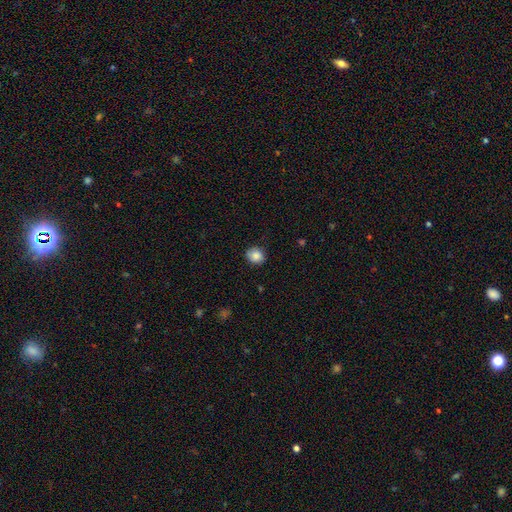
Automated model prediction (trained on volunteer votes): Q: Smooth or featured?
A: smooth (84%); runner-up: star or artifact (9%)
Q: How rounded?
A: round (79%); runner-up: in between (20%)
Q: Merging?
A: none (82%); runner-up: minor disturbance (15%)